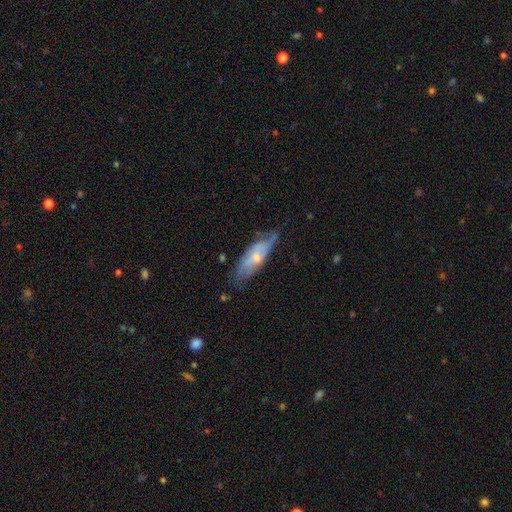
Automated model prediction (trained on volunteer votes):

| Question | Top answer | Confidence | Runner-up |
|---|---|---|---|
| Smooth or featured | featured or disk | 55% | smooth (39%) |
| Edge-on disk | no | 68% | yes (32%) |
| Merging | none | 58% | minor disturbance (30%) |